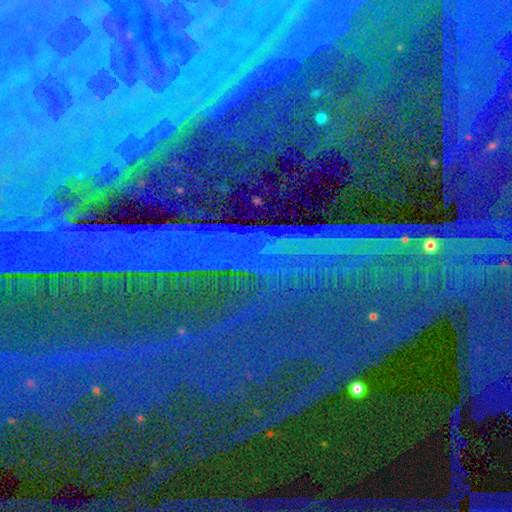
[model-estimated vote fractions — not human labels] The model was most divided on "smooth or featured": star or artifact: 87%, featured or disk: 7%, smooth: 6%.